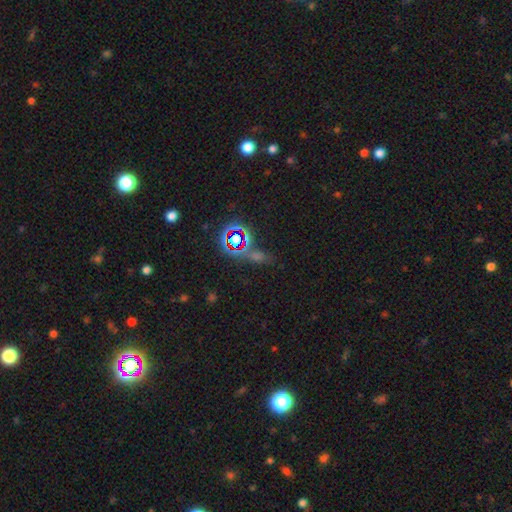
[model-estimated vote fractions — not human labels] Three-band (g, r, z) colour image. It shows a star or artifact, not a galaxy (65%).